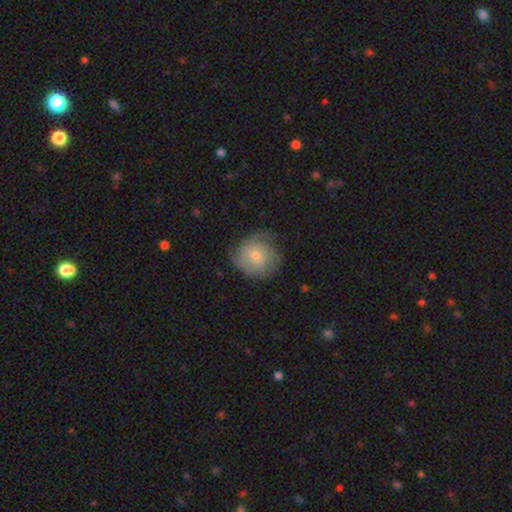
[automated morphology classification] smooth_or_featured: smooth (p=0.50) [alt: featured or disk p=0.43]
merging: none (p=0.63) [alt: minor disturbance p=0.26]